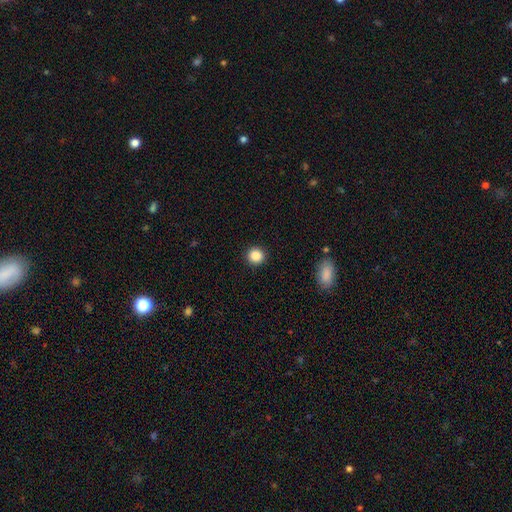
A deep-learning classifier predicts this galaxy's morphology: This appears to be a smooth galaxy with no disk features (87%) that is round (93%). Merging: none (93%).